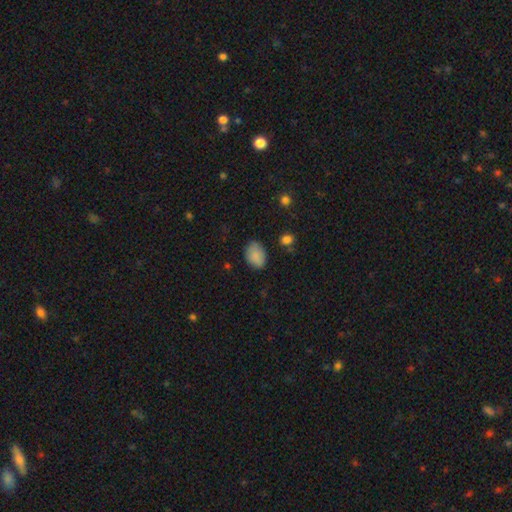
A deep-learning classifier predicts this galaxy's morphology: A smooth galaxy with no disk features (87%) that is in between round and cigar-shaped (77%). Merging: none (78%).